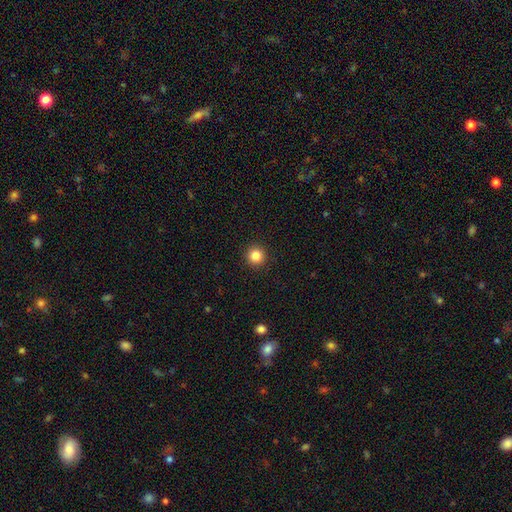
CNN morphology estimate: Smooth or featured? Predicted: smooth (p=0.85). How rounded? Predicted: round (p=0.96). Merging? Predicted: none (p=0.93).